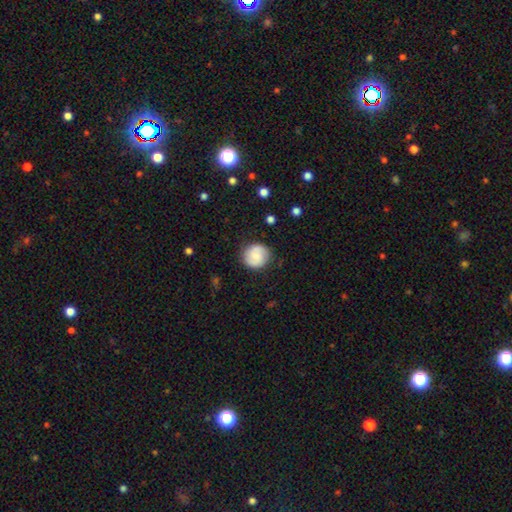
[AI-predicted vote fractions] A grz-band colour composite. It shows a smooth galaxy with no disk features (61%) that is round (90%). Merging: none (84%).